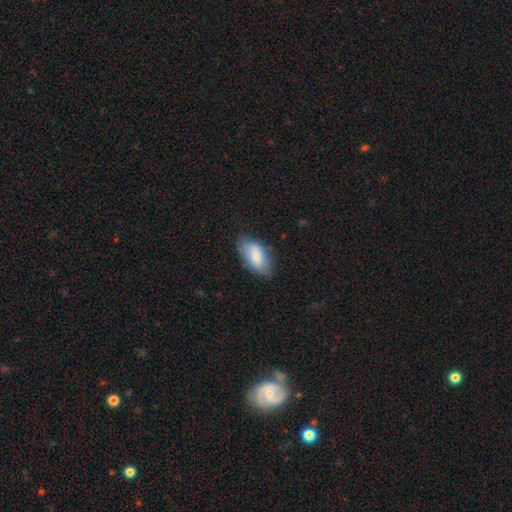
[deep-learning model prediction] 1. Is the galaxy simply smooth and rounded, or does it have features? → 77% smooth, 17% featured or disk, 7% star or artifact.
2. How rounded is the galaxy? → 93% in between, 4% cigar-shaped, 3% round.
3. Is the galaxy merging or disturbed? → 68% none, 25% minor disturbance, 5% major disturbance, 1% merger.